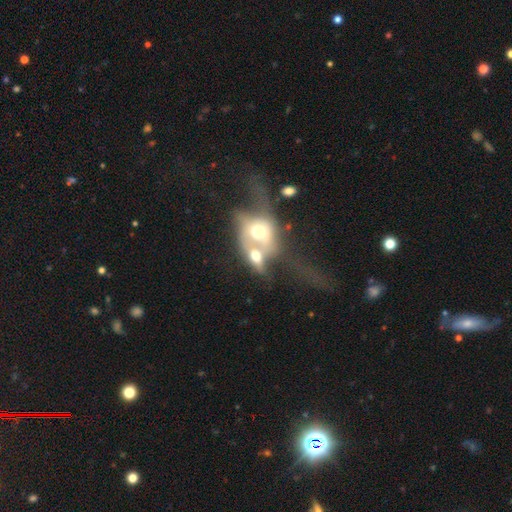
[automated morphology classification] featured or disk 47%, smooth 43%, star or artifact 10%. Down the decision tree: merging — merger (74%).